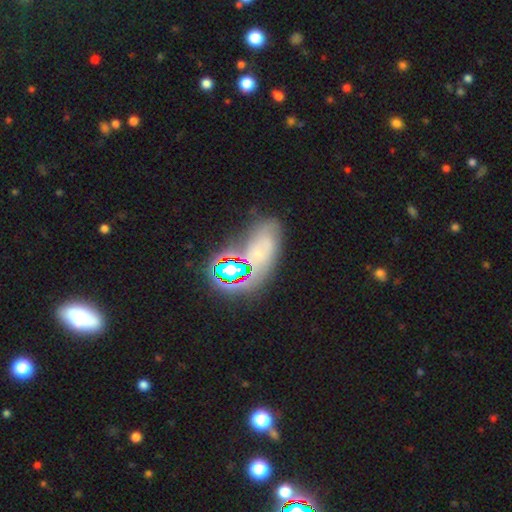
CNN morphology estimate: Q: Smooth or featured?
A: star or artifact (41%); runner-up: featured or disk (35%)